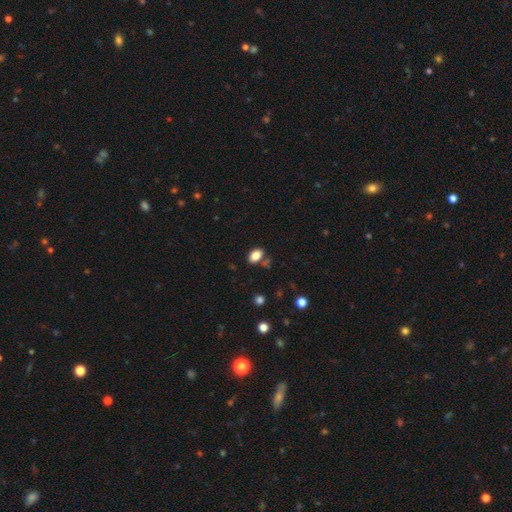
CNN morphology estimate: A smooth galaxy with no disk features (84%) that is in between round and cigar-shaped (87%).

Vote fractions:
- Smooth or featured? smooth: 84% / star or artifact: 10% / featured or disk: 6%
- How rounded? in between: 87% / round: 12% / cigar-shaped: 1%
- Merging? none: 74% / minor disturbance: 13% / merger: 9% / major disturbance: 4%